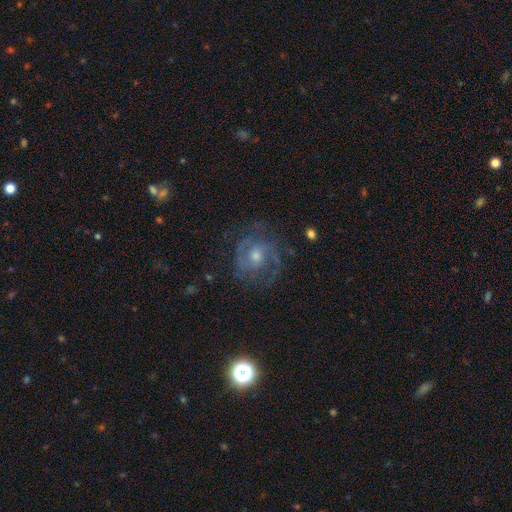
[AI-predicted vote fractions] smooth-or-featured: featured or disk: 74% | smooth: 14% | star or artifact: 11%
  disk-edge-on: no: 97% | yes: 3%
    bar: no: 62% | weak: 32% | strong: 6%
    has-spiral-arms: yes: 88% | no: 12%
      spiral-winding: medium: 44% | tight: 42% | loose: 13%
      spiral-arm-count: 2: 45% | can't tell: 28% | 3: 14% | 1: 5% | 4: 4% | more than 4: 4%
    bulge-size: moderate: 59% | small: 33% | large: 4% | none: 2% | dominant: 1%
  merging: none: 69% | minor disturbance: 17% | major disturbance: 12% | merger: 1%